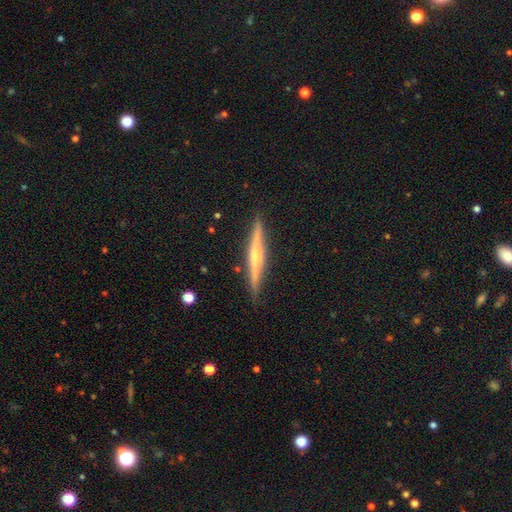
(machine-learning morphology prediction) Overall: featured or disk (69%). Edge-on disk: yes (98%). Edge-on bulge: rounded (64%; none 27%). Merging: none (89%).